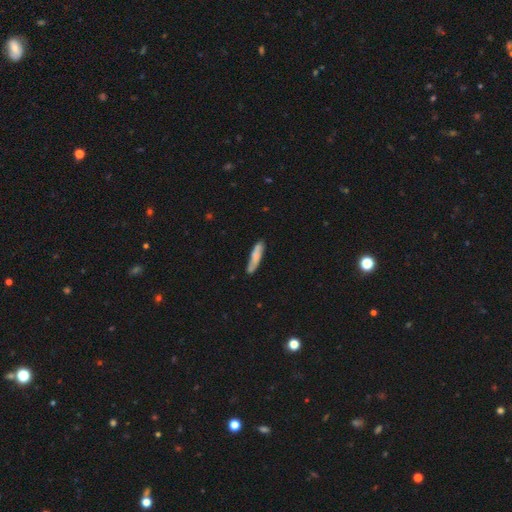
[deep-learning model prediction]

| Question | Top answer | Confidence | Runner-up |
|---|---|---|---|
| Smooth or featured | smooth | 72% | featured or disk (22%) |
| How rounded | cigar-shaped | 85% | in between (13%) |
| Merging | none | 73% | minor disturbance (20%) |